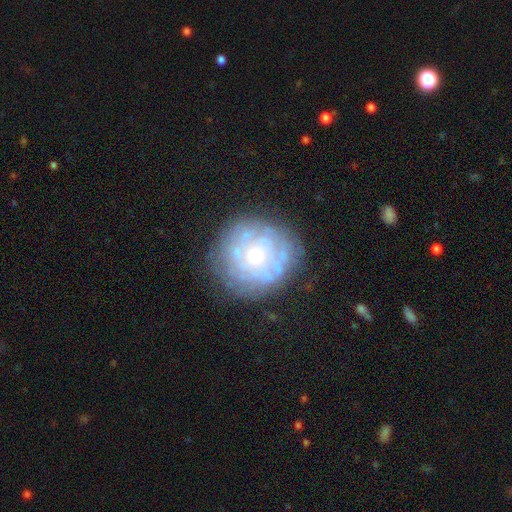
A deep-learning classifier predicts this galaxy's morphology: The model was most divided on "spiral arms": yes: 55%, no: 45%. More confident: edge-on disk — no (97%); bar — no (85%); merging — none (75%); smooth or featured — featured or disk (66%); bulge size — small (62%).